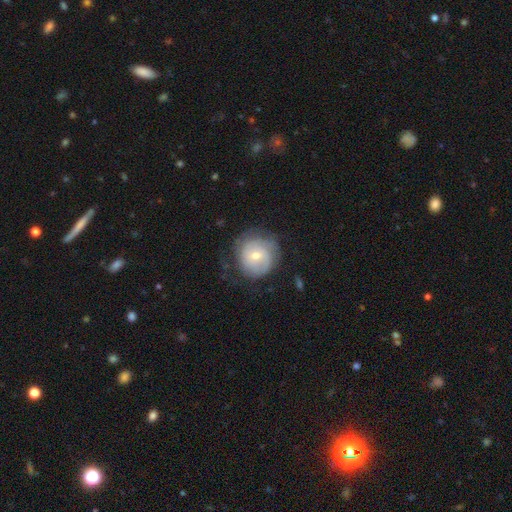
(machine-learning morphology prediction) Smooth or featured: featured or disk — 53% (smooth — 40%)
Edge-on disk: no — 97% (yes — 3%)
Bar: no — 60% (weak — 34%)
Spiral arms: yes — 78% (no — 22%)
Bulge size: small — 51% (moderate — 45%)
Merging: none — 65% (minor disturbance — 21%)